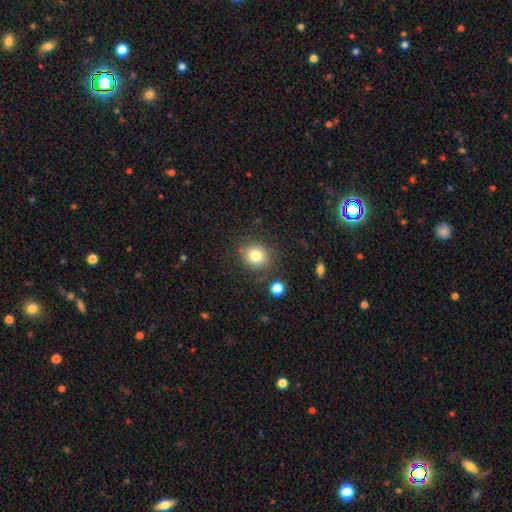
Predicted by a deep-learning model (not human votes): The model was most divided on "smooth or featured": smooth: 81%, star or artifact: 12%, featured or disk: 8%. More confident: how rounded — round (85%); merging — none (83%).